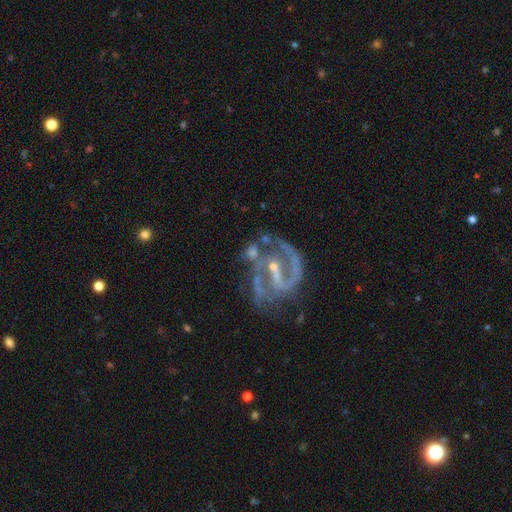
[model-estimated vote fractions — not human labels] This appears to be a featured or disk galaxy (90%) with a strong bar (40%, tied with weak), 2 (81%) medium (58%) spiral arms (96%) and a small central bulge (73%). Merging: none (47%).